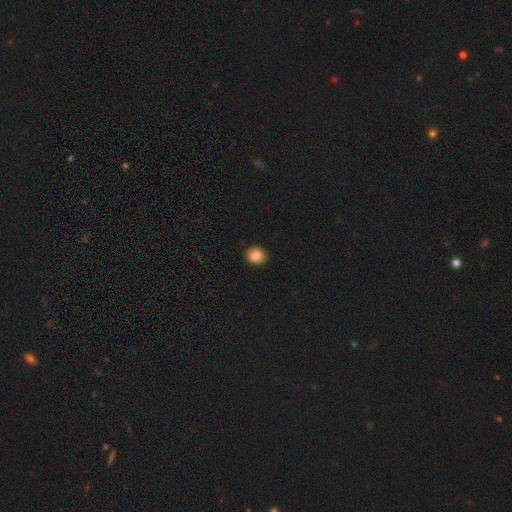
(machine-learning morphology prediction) Smooth or featured?
  - smooth: 85% *
  - star or artifact: 9%
  - featured or disk: 5%
How rounded?
  - round: 70% *
  - in between: 29%
  - cigar-shaped: 1%
Merging?
  - none: 90% *
  - minor disturbance: 8%
  - major disturbance: 2%
  - merger: 1%